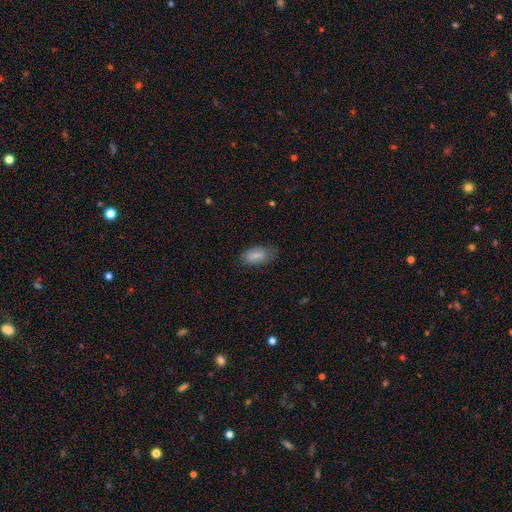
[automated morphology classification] The model was most divided on "merging": none: 72%, minor disturbance: 21%, major disturbance: 5%, merger: 1%. More confident: how rounded — in between (89%); smooth or featured — smooth (83%).